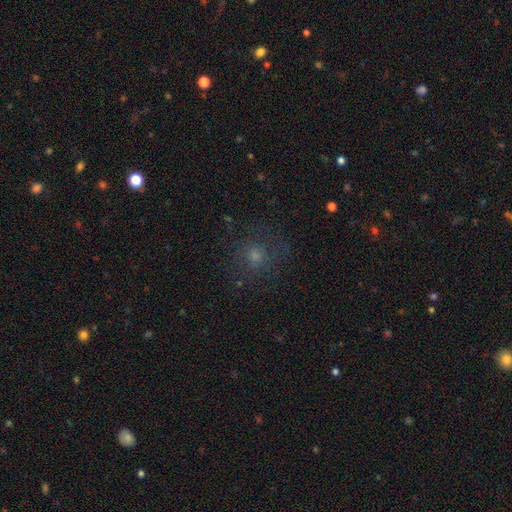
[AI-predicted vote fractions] The model was most divided on "smooth or featured": smooth: 58%, star or artifact: 25%, featured or disk: 17%. More confident: how rounded — round (89%); merging — none (77%).